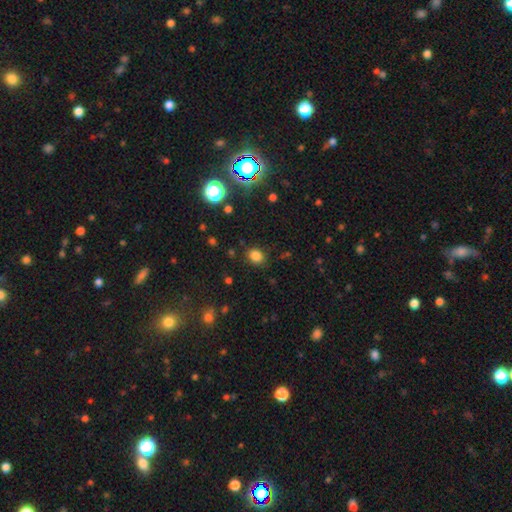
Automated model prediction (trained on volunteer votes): Overall: smooth (81%). How rounded: round (63%; in between 36%). Merging: none (83%).